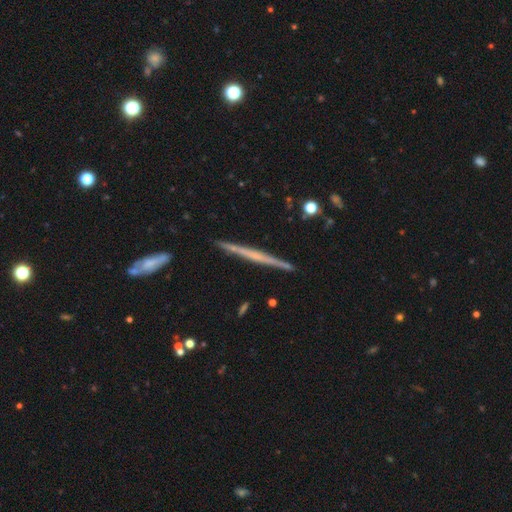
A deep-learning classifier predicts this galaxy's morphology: The model was most divided on "smooth or featured": featured or disk: 67%, smooth: 27%, star or artifact: 6%. More confident: edge-on disk — yes (98%); merging — none (91%); edge-on bulge — none (69%).